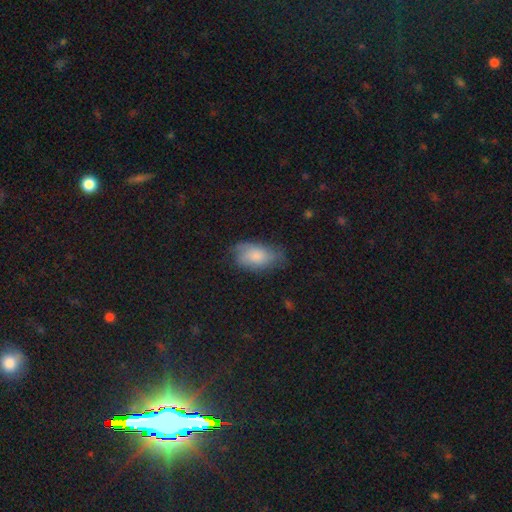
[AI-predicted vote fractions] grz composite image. It shows a smooth galaxy with no disk features (73%) that is in between round and cigar-shaped (92%). Merging: none (55%).